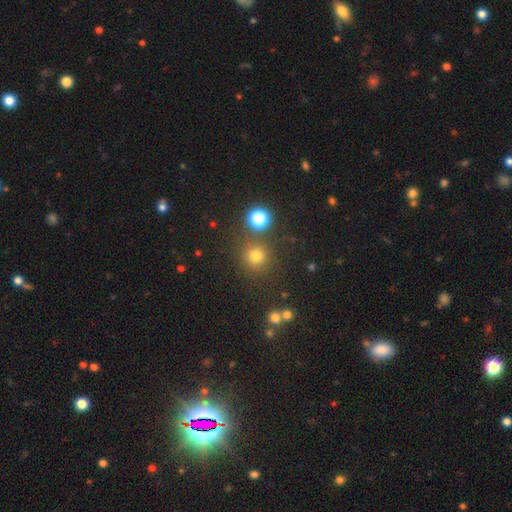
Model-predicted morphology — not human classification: A smooth galaxy with no disk features (73%) that is round (94%). Merging: none (82%).